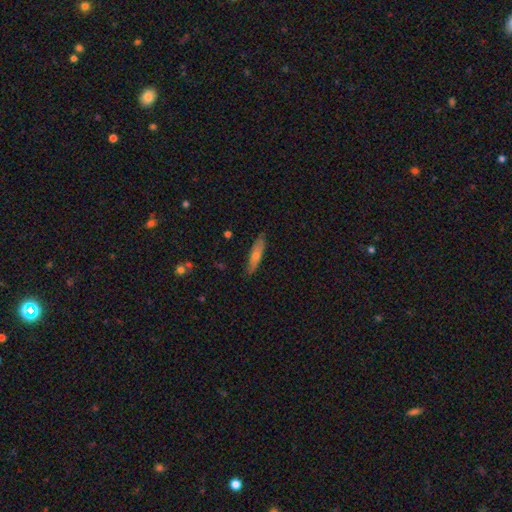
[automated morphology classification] smooth-or-featured: smooth: 52% | featured or disk: 41% | star or artifact: 7%
  how-rounded: cigar-shaped: 81% | in between: 17% | round: 2%
  merging: none: 85% | minor disturbance: 12% | major disturbance: 2% | merger: 1%